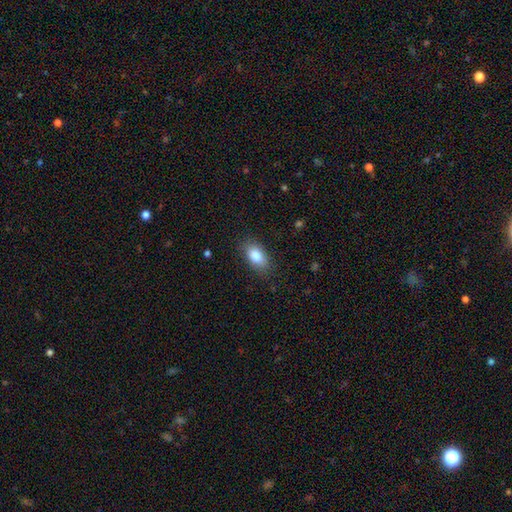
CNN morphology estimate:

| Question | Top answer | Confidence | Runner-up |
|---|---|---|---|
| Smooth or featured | smooth | 85% | featured or disk (8%) |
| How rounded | in between | 91% | round (5%) |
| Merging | none | 83% | minor disturbance (12%) |